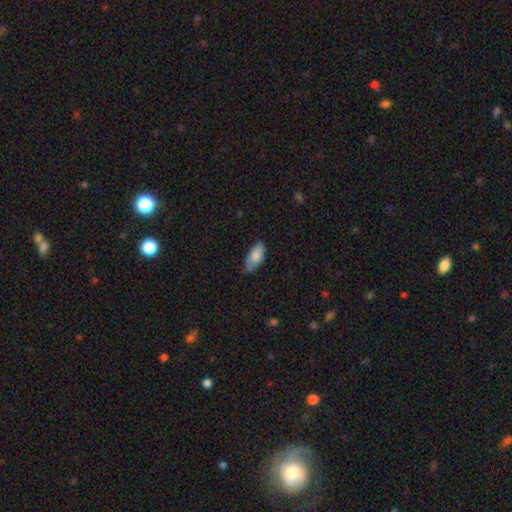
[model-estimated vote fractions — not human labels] Morphology: type=smooth (82%); roundness=in between (82%); merging=none (66%).